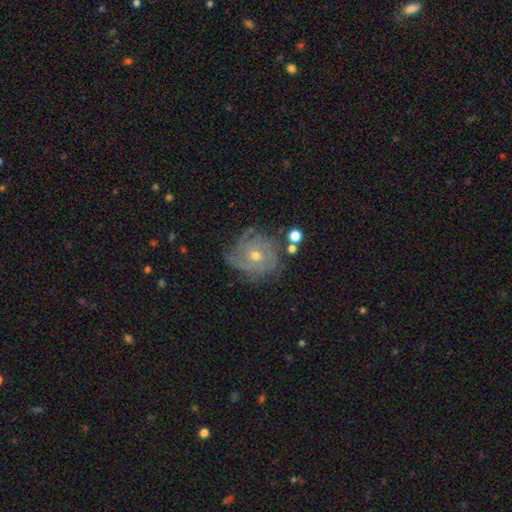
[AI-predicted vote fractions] Smooth or featured?
  - featured or disk: 84% *
  - smooth: 8%
  - star or artifact: 8%
Edge-on disk?
  - no: 97% *
  - yes: 3%
Bar?
  - no: 75% *
  - weak: 20%
  - strong: 4%
Spiral arms?
  - yes: 96% *
  - no: 4%
Spiral winding?
  - tight: 69% *
  - medium: 25%
  - loose: 6%
Spiral arm count?
  - 4: 33% *
  - can't tell: 22%
  - 3: 20%
  - more than 4: 11%
  - 2: 8%
  - 1: 6%
Bulge size?
  - moderate: 50% *
  - small: 47%
  - large: 1%
  - none: 1%
  - dominant: 1%
Merging?
  - none: 76% *
  - minor disturbance: 16%
  - major disturbance: 6%
  - merger: 2%